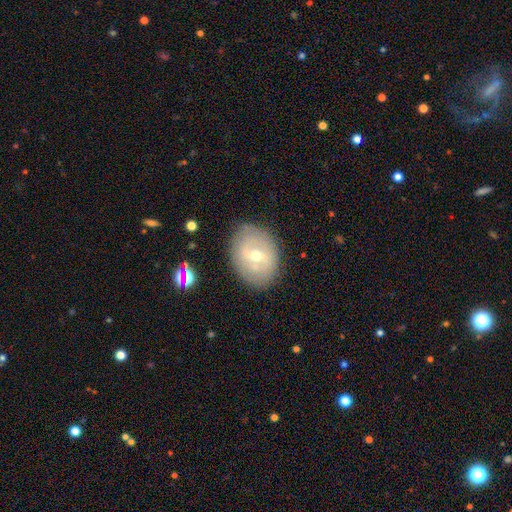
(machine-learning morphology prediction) Smooth or featured? Predicted: featured or disk (p=0.58). Edge-on disk? Predicted: no (p=0.94). Bar? Predicted: weak (p=0.52). Spiral arms? Predicted: no (p=0.54). Bulge size? Predicted: moderate (p=0.59). Merging? Predicted: none (p=0.81).